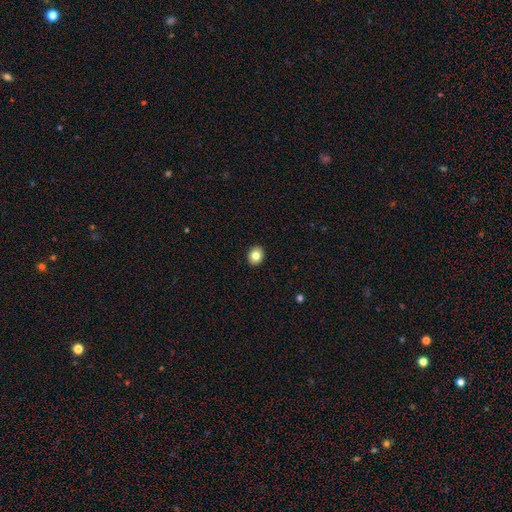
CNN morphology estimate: Smooth or featured? Predicted: smooth (p=0.82). How rounded? Predicted: round (p=0.61). Merging? Predicted: none (p=0.92).